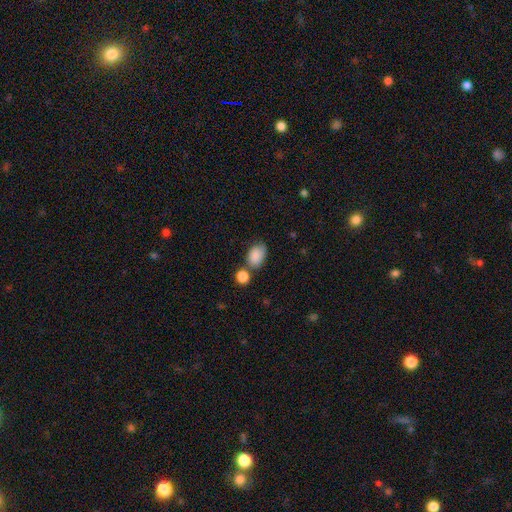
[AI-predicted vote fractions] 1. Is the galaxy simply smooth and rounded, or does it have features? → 86% smooth, 8% star or artifact, 6% featured or disk.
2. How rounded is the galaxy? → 83% in between, 16% round, 1% cigar-shaped.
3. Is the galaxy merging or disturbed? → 53% none, 21% merger, 20% minor disturbance, 6% major disturbance.